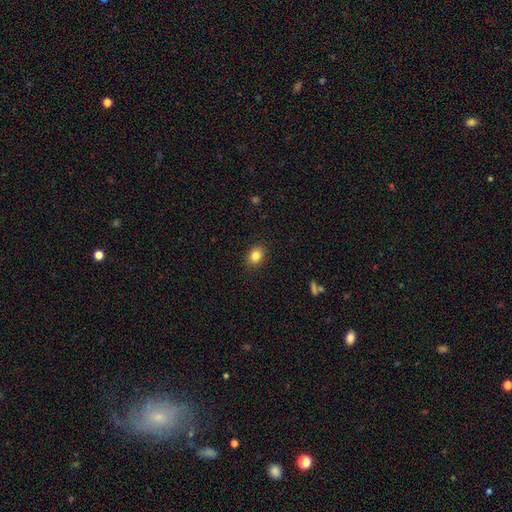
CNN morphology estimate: The model was most divided on "how rounded": in between: 54%, round: 45%, cigar-shaped: 1%. More confident: merging — none (89%); smooth or featured — smooth (84%).